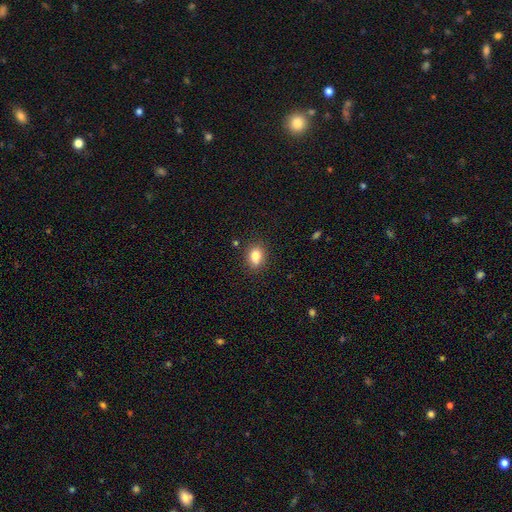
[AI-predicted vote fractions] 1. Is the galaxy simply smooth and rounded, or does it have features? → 82% smooth, 10% star or artifact, 8% featured or disk.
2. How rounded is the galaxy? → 59% in between, 39% round, 1% cigar-shaped.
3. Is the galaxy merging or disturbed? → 79% none, 14% minor disturbance, 4% merger, 3% major disturbance.